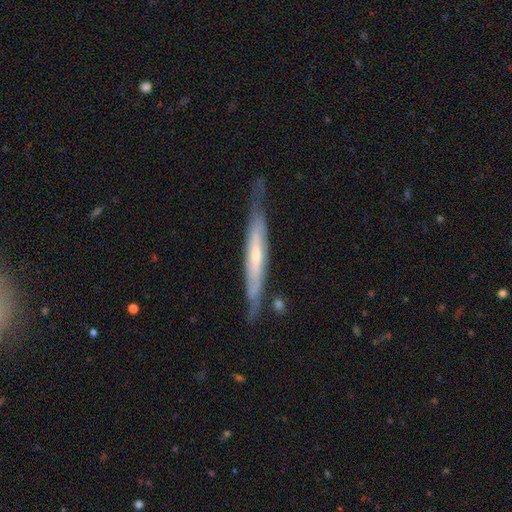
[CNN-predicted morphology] A featured or disk galaxy (69%) viewed edge-on (80%) with no central bulge (51%).

Vote fractions:
- Smooth or featured? featured or disk: 69% / smooth: 26% / star or artifact: 6%
- Edge-on disk? yes: 80% / no: 20%
- Edge-on bulge? none: 51% / rounded: 40% / boxy: 9%
- Merging? none: 71% / minor disturbance: 21% / major disturbance: 5% / merger: 3%